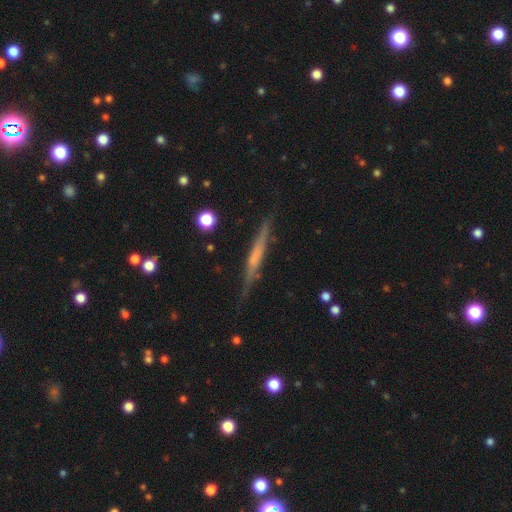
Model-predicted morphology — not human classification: This is possibly a featured or disk galaxy (55%). It is clearly viewed edge-on (95%). Edge-on bulge: likely none (68%). Merging: clearly none (81%).